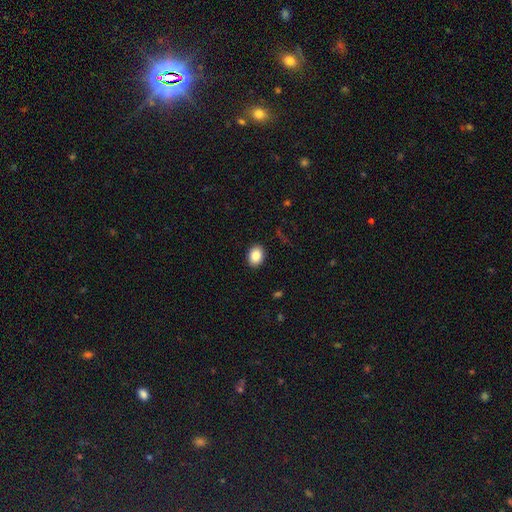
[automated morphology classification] smooth_or_featured: smooth (p=0.88) [alt: star or artifact p=0.08]
how_rounded: in between (p=0.64) [alt: round p=0.35]
merging: none (p=0.89) [alt: minor disturbance p=0.07]